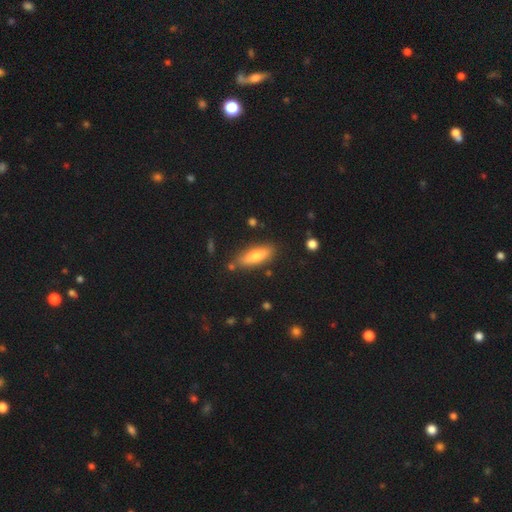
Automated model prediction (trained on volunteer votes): Morphology: type=smooth (71%); roundness=cigar-shaped (50%); merging=none (83%).